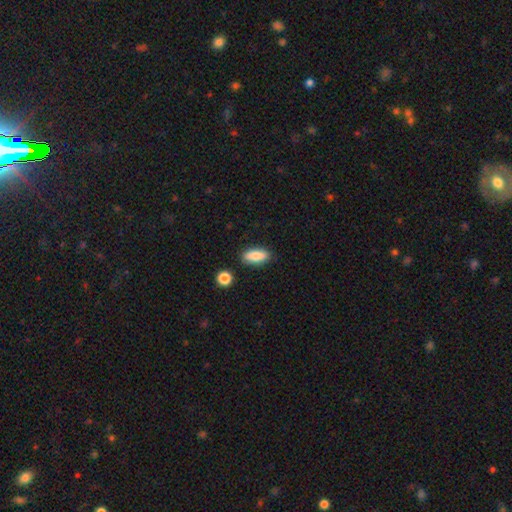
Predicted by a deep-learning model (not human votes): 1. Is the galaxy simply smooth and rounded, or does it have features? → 83% smooth, 10% featured or disk, 7% star or artifact.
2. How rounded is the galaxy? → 83% in between, 14% cigar-shaped, 3% round.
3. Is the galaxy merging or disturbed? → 84% none, 11% minor disturbance, 3% merger, 2% major disturbance.